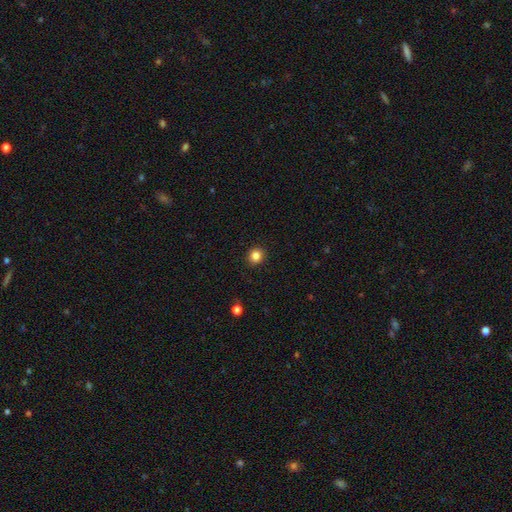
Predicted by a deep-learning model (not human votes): Morphology: type=smooth (84%); roundness=round (86%); merging=none (92%).